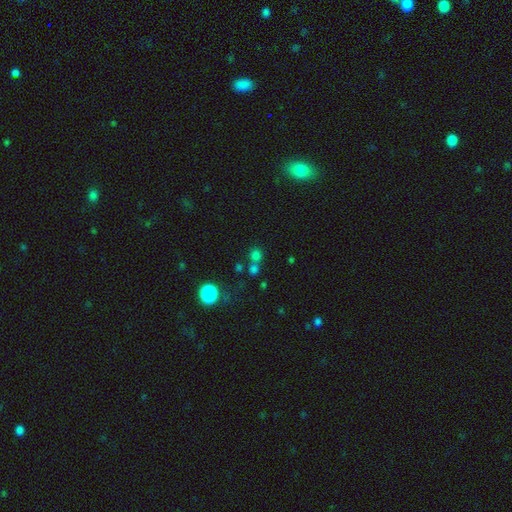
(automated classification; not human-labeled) Smooth or featured?
  - smooth: 66% *
  - star or artifact: 27%
  - featured or disk: 7%
How rounded?
  - round: 84% *
  - in between: 14%
  - cigar-shaped: 1%
Merging?
  - none: 57% *
  - merger: 31%
  - minor disturbance: 8%
  - major disturbance: 4%